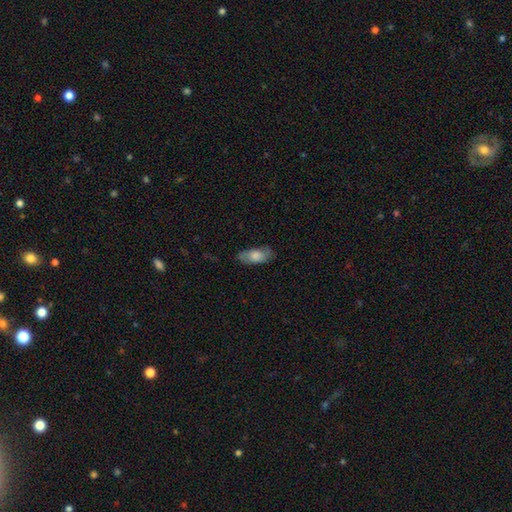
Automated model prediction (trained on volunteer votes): smooth-or-featured: smooth: 72% | featured or disk: 21% | star or artifact: 7%
  how-rounded: in between: 85% | cigar-shaped: 12% | round: 3%
  merging: none: 74% | minor disturbance: 20% | major disturbance: 5% | merger: 1%